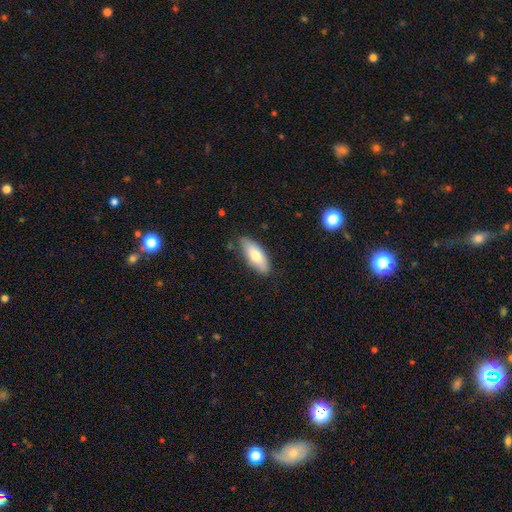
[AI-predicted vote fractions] Smooth or featured? Predicted: smooth (p=0.73). How rounded? Predicted: in between (p=0.75). Merging? Predicted: none (p=0.80).